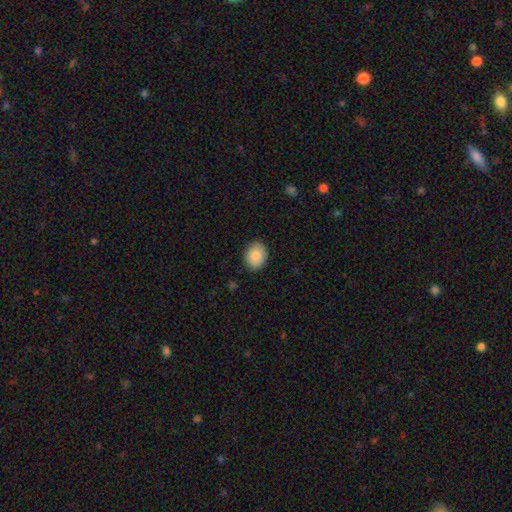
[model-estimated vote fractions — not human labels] Smooth or featured? smooth (87%)
How rounded? in between (62%)
Merging? none (86%)